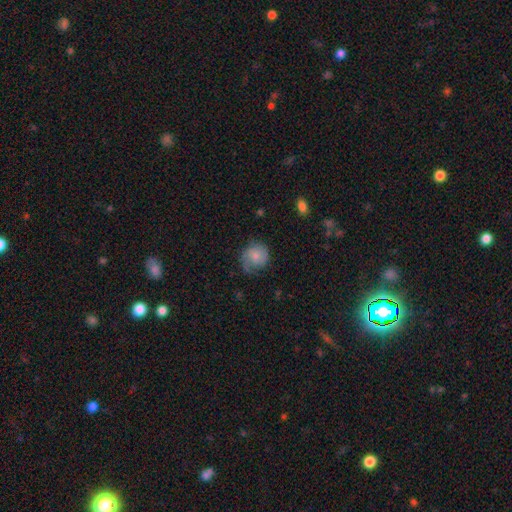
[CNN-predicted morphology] Q: Smooth or featured?
A: smooth (60%); runner-up: featured or disk (32%)
Q: How rounded?
A: round (79%); runner-up: in between (20%)
Q: Merging?
A: none (54%); runner-up: minor disturbance (29%)